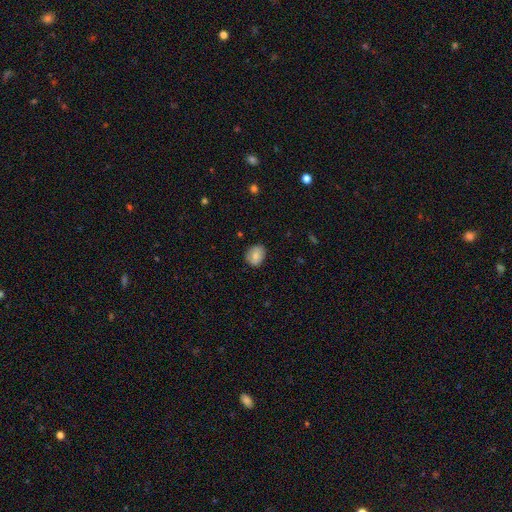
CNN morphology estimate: The model was most divided on "how rounded": round: 53%, in between: 46%, cigar-shaped: 1%. More confident: smooth or featured — smooth (81%); merging — none (80%).